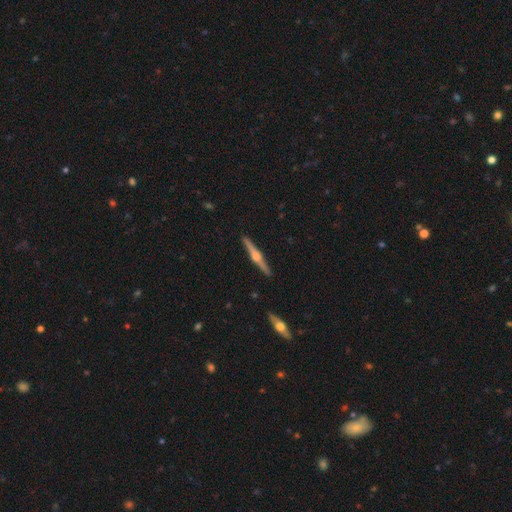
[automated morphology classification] Smooth or featured? Predicted: featured or disk (p=0.81). Edge-on disk? Predicted: yes (p=0.98). Edge-on bulge? Predicted: rounded (p=0.93). Merging? Predicted: none (p=0.92).